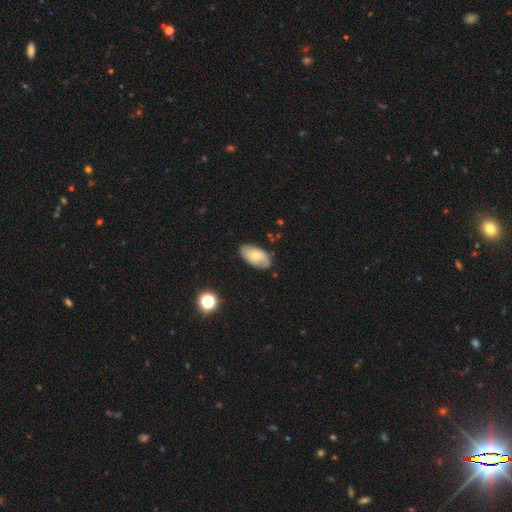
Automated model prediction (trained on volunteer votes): A smooth galaxy with no disk features (65%) that is in between round and cigar-shaped (94%).

Vote fractions:
- Smooth or featured? smooth: 65% / featured or disk: 28% / star or artifact: 7%
- How rounded? in between: 94% / round: 3% / cigar-shaped: 2%
- Merging? none: 83% / minor disturbance: 14% / major disturbance: 2% / merger: 1%